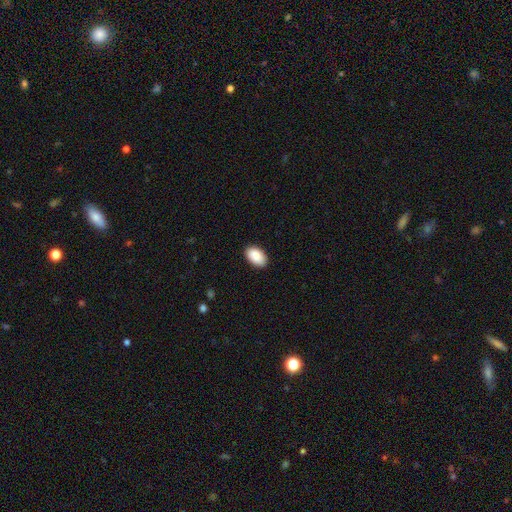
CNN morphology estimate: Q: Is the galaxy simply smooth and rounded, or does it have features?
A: smooth — 91%.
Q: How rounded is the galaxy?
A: in between — 94%.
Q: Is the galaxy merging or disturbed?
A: none — 89%.